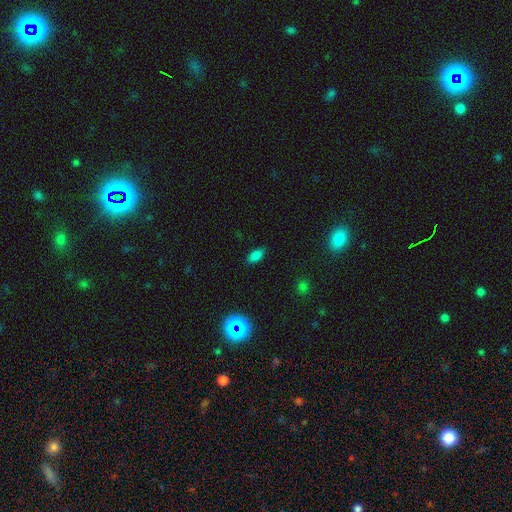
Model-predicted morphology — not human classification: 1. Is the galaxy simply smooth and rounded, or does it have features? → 78% smooth, 15% star or artifact, 6% featured or disk.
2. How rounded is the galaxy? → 90% in between, 6% cigar-shaped, 4% round.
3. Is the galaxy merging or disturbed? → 85% none, 12% minor disturbance, 3% major disturbance, 1% merger.